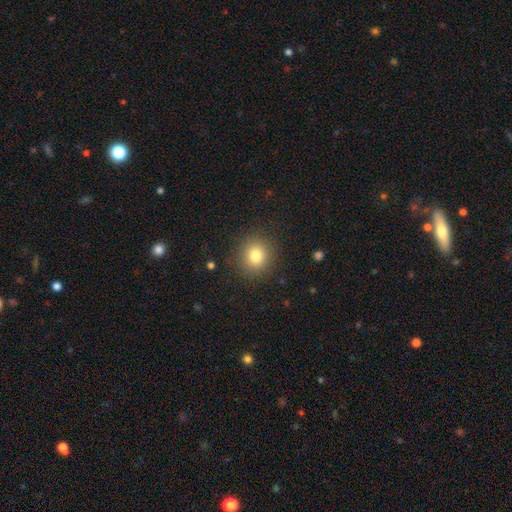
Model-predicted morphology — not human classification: Q: Smooth or featured?
A: smooth (80%); runner-up: star or artifact (12%)
Q: How rounded?
A: round (86%); runner-up: in between (13%)
Q: Merging?
A: none (88%); runner-up: minor disturbance (7%)